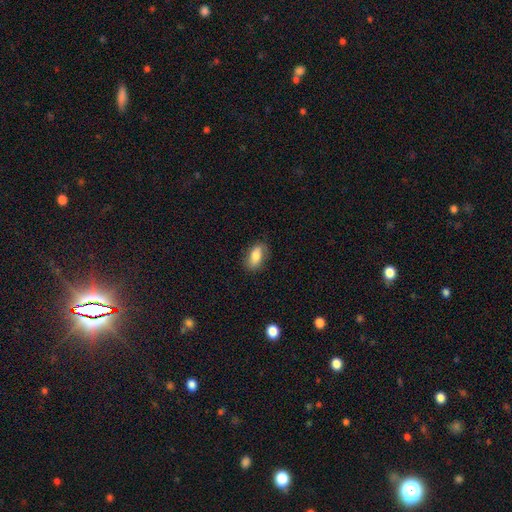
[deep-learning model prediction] Q: Smooth or featured?
A: smooth (78%); runner-up: featured or disk (15%)
Q: How rounded?
A: in between (86%); runner-up: cigar-shaped (8%)
Q: Merging?
A: none (80%); runner-up: minor disturbance (15%)